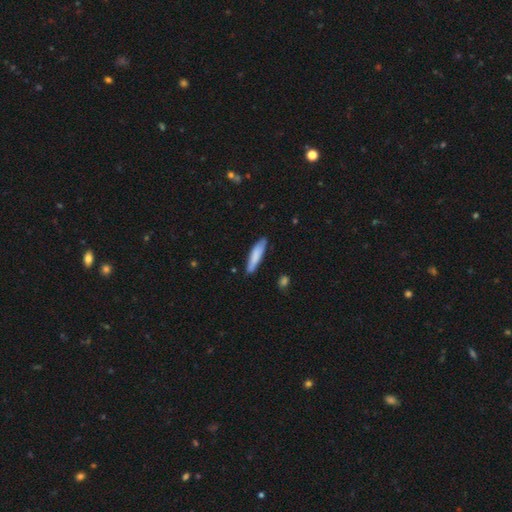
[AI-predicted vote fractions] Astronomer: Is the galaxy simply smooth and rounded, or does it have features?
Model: smooth — 79%.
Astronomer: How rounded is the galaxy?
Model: cigar-shaped — 80%.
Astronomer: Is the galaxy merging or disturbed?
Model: none — 80%.